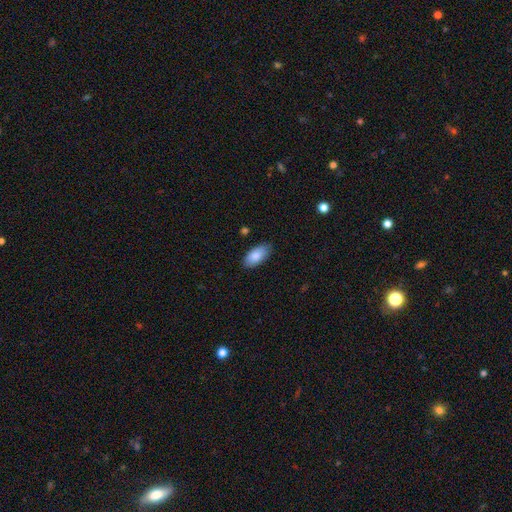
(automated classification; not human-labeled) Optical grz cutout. It shows a smooth galaxy with no disk features (85%) that is in between round and cigar-shaped (94%). Merging: none (83%).